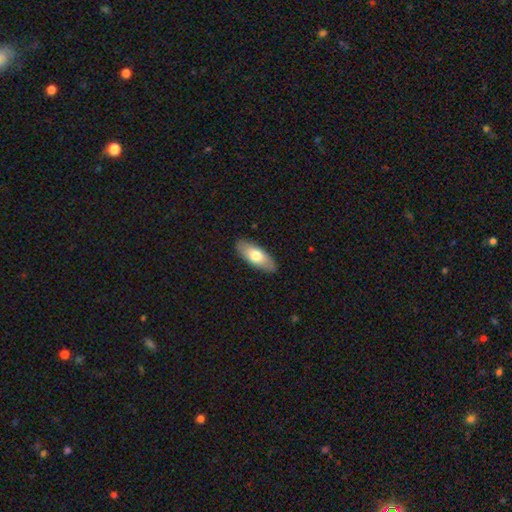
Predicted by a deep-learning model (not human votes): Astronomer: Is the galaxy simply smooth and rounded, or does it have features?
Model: smooth — 68%.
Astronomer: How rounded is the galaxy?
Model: in between — 81%.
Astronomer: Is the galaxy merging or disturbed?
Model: none — 88%.